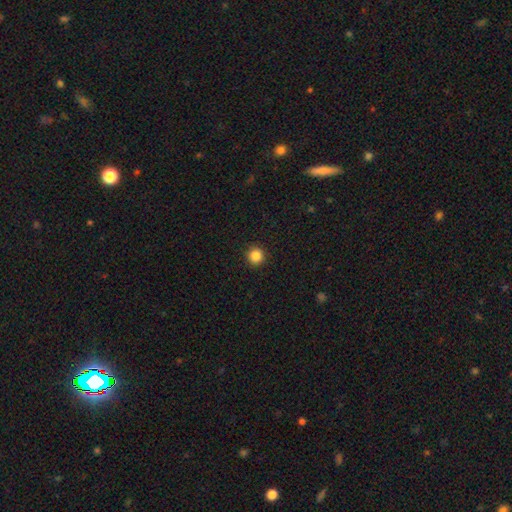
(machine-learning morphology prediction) This is clearly a smooth galaxy (86%). How rounded: clearly round (96%). Merging: clearly none (93%).